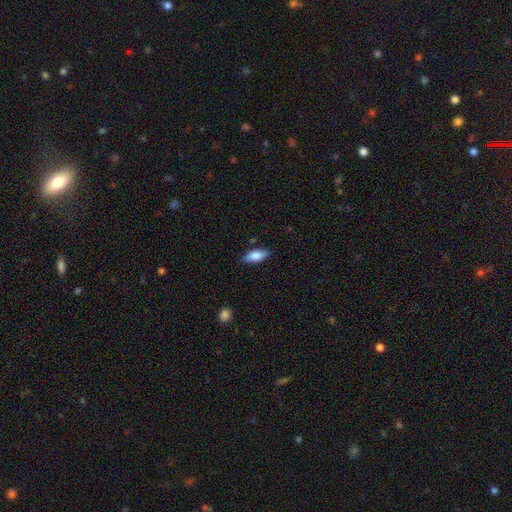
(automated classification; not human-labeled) This appears to be a smooth galaxy with no disk features (80%) that is in between round and cigar-shaped (81%). Merging: none (84%).